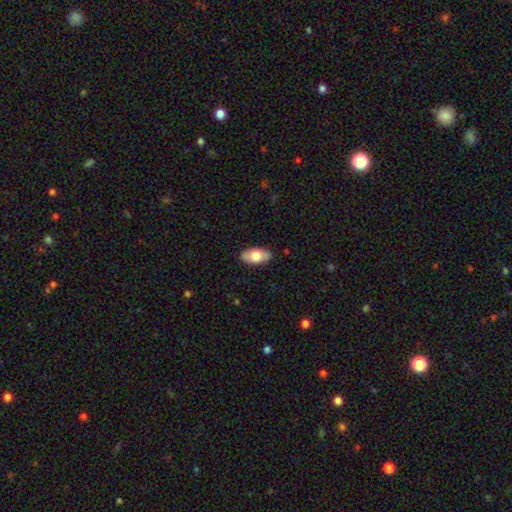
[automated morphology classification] The model was most divided on "smooth or featured": smooth: 73%, featured or disk: 21%, star or artifact: 6%. More confident: how rounded — in between (93%); merging — none (87%).